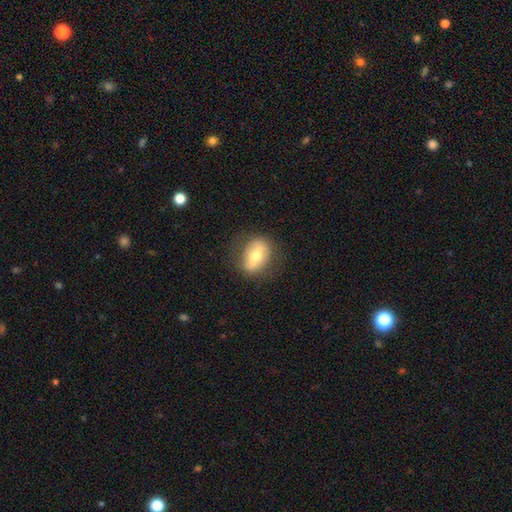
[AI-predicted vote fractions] Smooth or featured? Predicted: smooth (p=0.53). How rounded? Predicted: in between (p=0.71). Merging? Predicted: none (p=0.79).